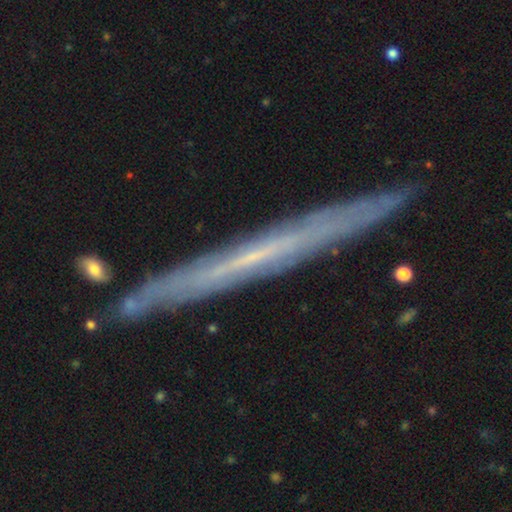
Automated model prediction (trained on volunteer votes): Smooth or featured?
  - featured or disk: 67% *
  - smooth: 26%
  - star or artifact: 7%
Edge-on disk?
  - yes: 92% *
  - no: 8%
Edge-on bulge?
  - none: 89% *
  - rounded: 7%
  - boxy: 4%
Merging?
  - none: 87% *
  - minor disturbance: 9%
  - merger: 2%
  - major disturbance: 2%